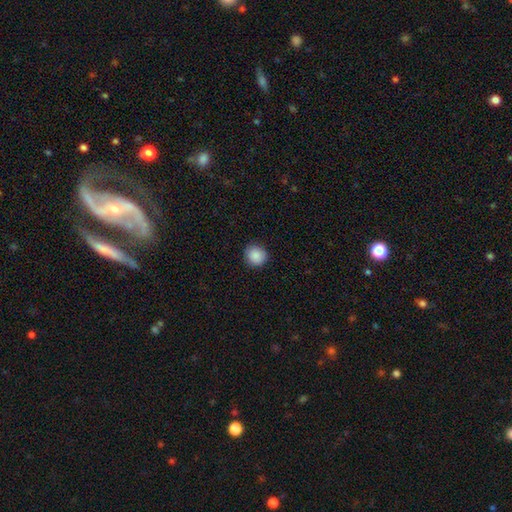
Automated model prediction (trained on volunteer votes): smooth 89%, star or artifact 8%, featured or disk 3%. Down the decision tree: how rounded — round (90%); merging — none (89%).